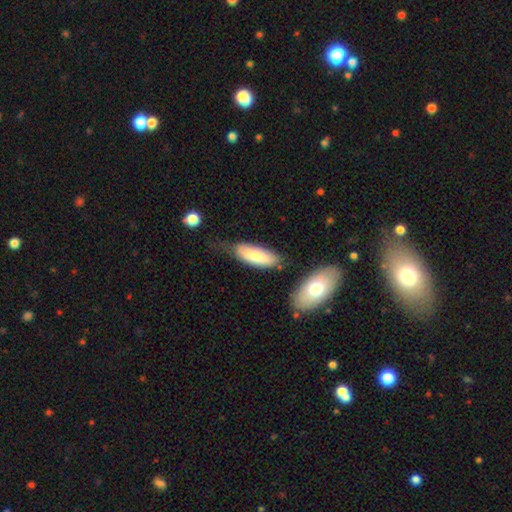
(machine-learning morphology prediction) smooth_or_featured: smooth (p=0.78) [alt: featured or disk p=0.16]
how_rounded: in between (p=0.72) [alt: cigar-shaped p=0.27]
merging: none (p=0.54) [alt: minor disturbance p=0.28]